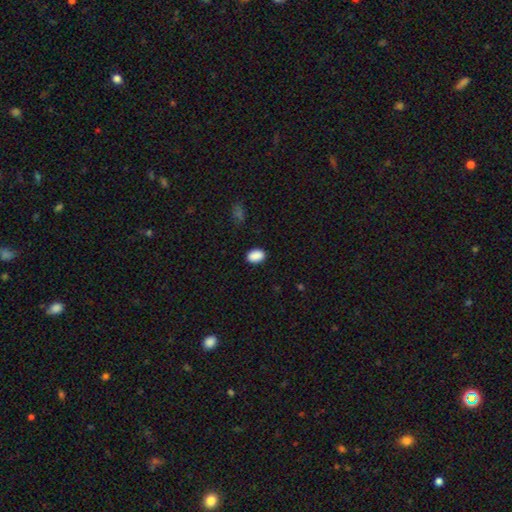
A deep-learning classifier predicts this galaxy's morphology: Smooth or featured: smooth — 89% (star or artifact — 8%)
How rounded: in between — 81% (round — 18%)
Merging: none — 87% (minor disturbance — 10%)